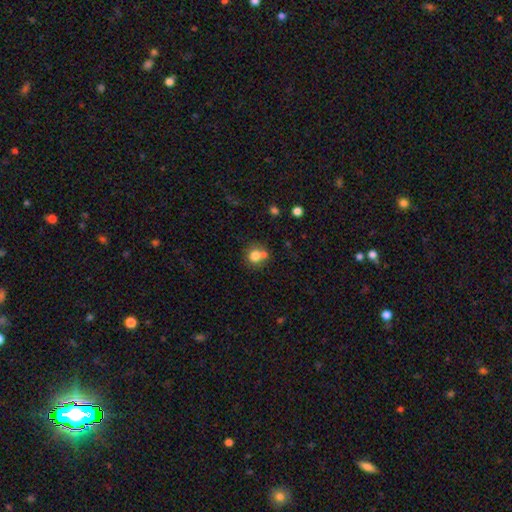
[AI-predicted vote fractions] Smooth or featured: smooth — 77% (featured or disk — 12%)
How rounded: round — 81% (in between — 18%)
Merging: none — 49% (merger — 37%)